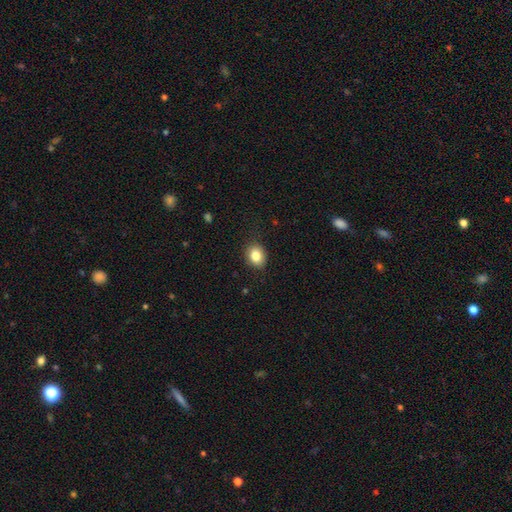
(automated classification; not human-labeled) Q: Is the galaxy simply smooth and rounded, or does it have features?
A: smooth — 85%.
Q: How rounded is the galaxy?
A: in between — 55%.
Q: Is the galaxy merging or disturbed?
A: none — 86%.